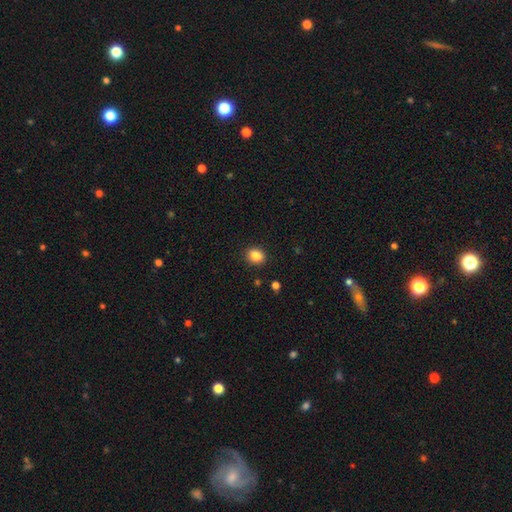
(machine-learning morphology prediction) Smooth or featured? Predicted: smooth (p=0.84). How rounded? Predicted: round (p=0.62). Merging? Predicted: none (p=0.90).